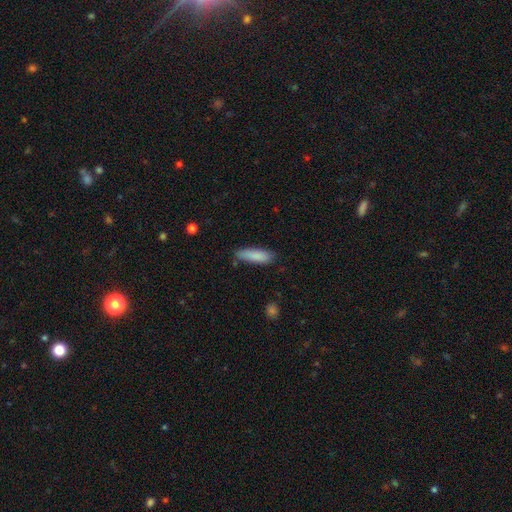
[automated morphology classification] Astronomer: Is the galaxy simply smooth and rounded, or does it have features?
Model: smooth — 86%.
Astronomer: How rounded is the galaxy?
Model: cigar-shaped — 58% (runner-up: in between, 40%).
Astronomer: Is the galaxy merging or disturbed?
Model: none — 79%.